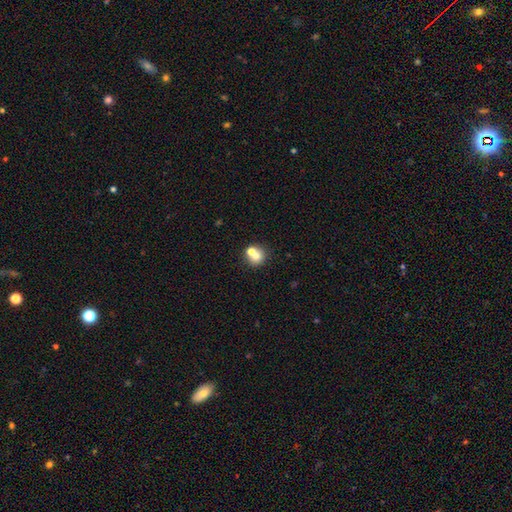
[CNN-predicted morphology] smooth 68%, featured or disk 18%, star or artifact 13%. Down the decision tree: how rounded — round (85%); merging — none (46%).